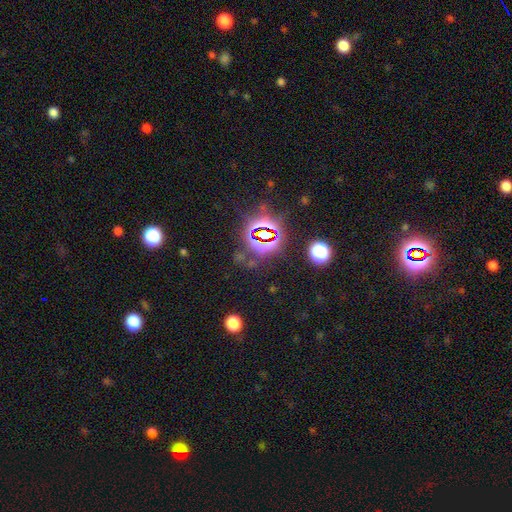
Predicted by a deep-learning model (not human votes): Smooth or featured?
  - star or artifact: 80% *
  - smooth: 12%
  - featured or disk: 8%